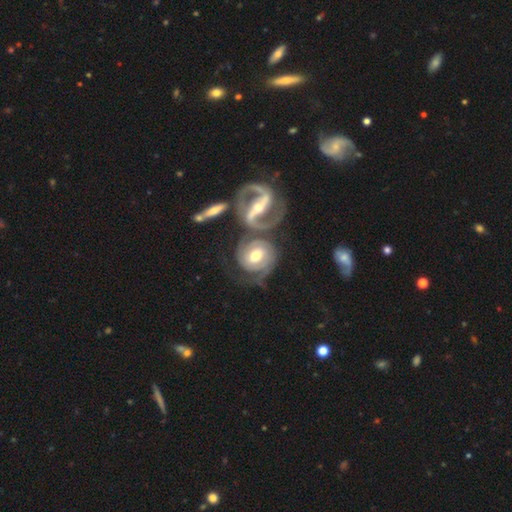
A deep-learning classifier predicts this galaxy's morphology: A featured or disk galaxy (83%) with a strong bar (38%), 2 (80%) tight (48%) spiral arms (95%) and a moderate central bulge (68%).

Vote fractions:
- Smooth or featured? featured or disk: 83% / smooth: 12% / star or artifact: 5%
- Edge-on disk? no: 96% / yes: 4%
- Bar? strong: 38% / weak: 37% / no: 25%
- Spiral arms? yes: 95% / no: 5%
- Spiral winding? tight: 48% / medium: 41% / loose: 11%
- Spiral arm count? 2: 80% / can't tell: 7% / 3: 6% / 1: 4% / 4: 2% / more than 4: 1%
- Bulge size? moderate: 68% / small: 18% / large: 12% / dominant: 1% / none: 1%
- Merging? none: 40% / merger: 37% / minor disturbance: 14% / major disturbance: 9%